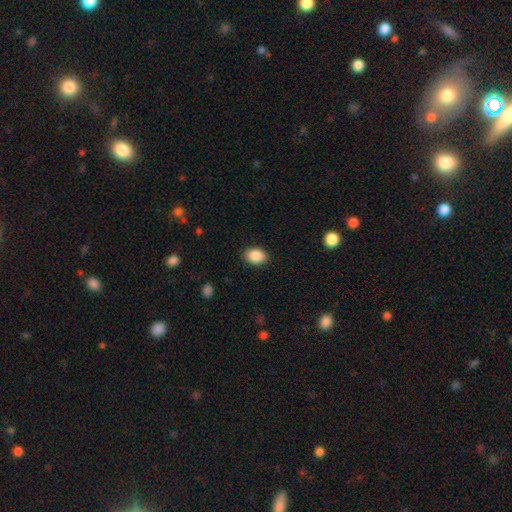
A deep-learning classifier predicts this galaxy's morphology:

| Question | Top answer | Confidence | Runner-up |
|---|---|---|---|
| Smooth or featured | smooth | 88% | star or artifact (8%) |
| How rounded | in between | 78% | round (21%) |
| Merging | none | 88% | minor disturbance (9%) |